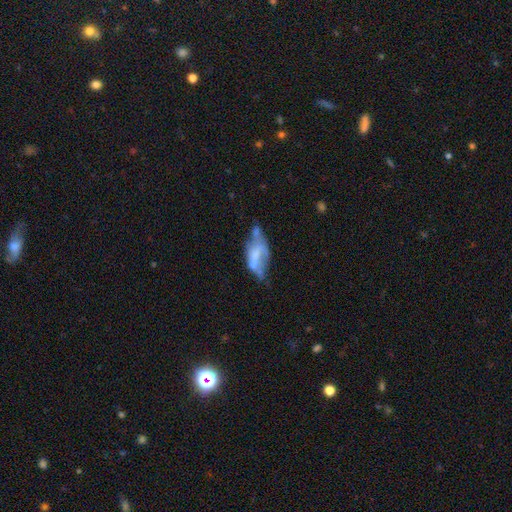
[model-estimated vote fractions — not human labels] This is possibly a featured or disk galaxy (52%). It is clearly not viewed edge-on (91%). Merging: marginally major disturbance (29%).